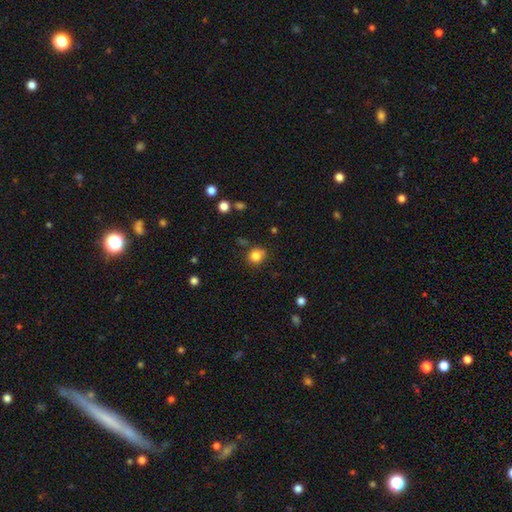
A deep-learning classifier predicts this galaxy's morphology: smooth_or_featured: smooth (p=0.83) [alt: star or artifact p=0.11]
how_rounded: round (p=0.75) [alt: in between p=0.24]
merging: none (p=0.76) [alt: minor disturbance p=0.16]